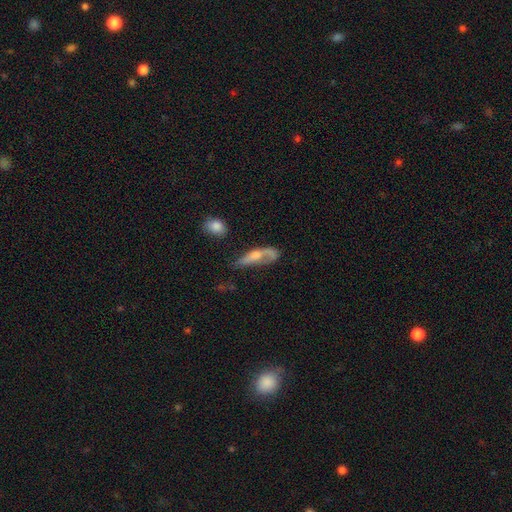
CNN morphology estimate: smooth-or-featured: featured or disk: 51% | smooth: 39% | star or artifact: 10%
  disk-edge-on: no: 76% | yes: 24%
  merging: major disturbance: 37% | none: 32% | minor disturbance: 22% | merger: 10%